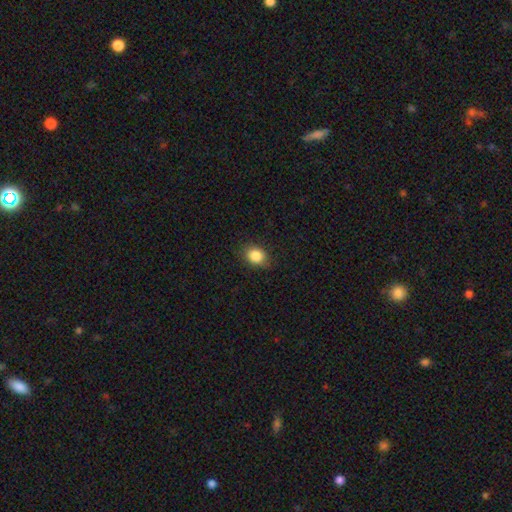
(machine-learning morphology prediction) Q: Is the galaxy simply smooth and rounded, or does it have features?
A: smooth — 86%.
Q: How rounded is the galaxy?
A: round — 52%.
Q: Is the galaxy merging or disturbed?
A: none — 85%.